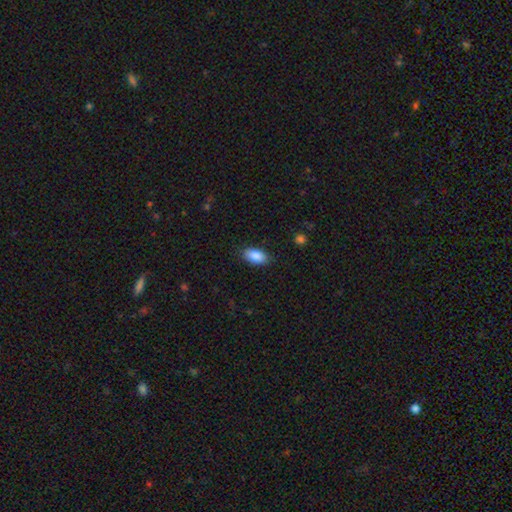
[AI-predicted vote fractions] Q: Smooth or featured?
A: smooth (89%); runner-up: star or artifact (7%)
Q: How rounded?
A: in between (93%); runner-up: cigar-shaped (4%)
Q: Merging?
A: none (84%); runner-up: minor disturbance (12%)